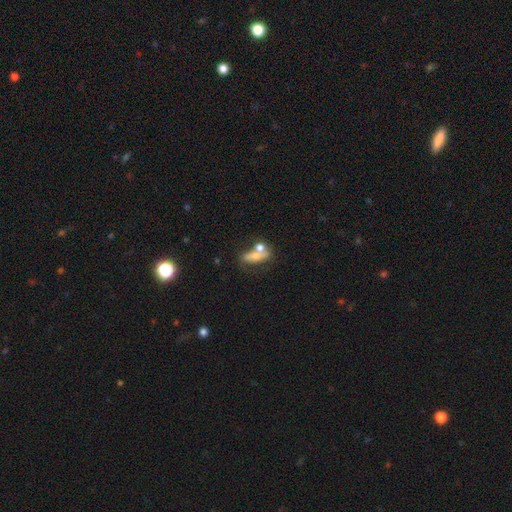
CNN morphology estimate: This is likely a smooth galaxy (61%). How rounded: likely in between (70%). Merging: marginally merger (41%).